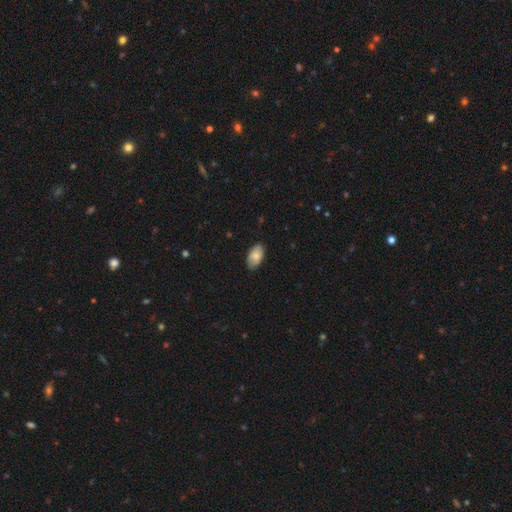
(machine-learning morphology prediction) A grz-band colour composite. It shows a smooth galaxy with no disk features (77%) that is in between round and cigar-shaped (94%). Merging: none (82%).